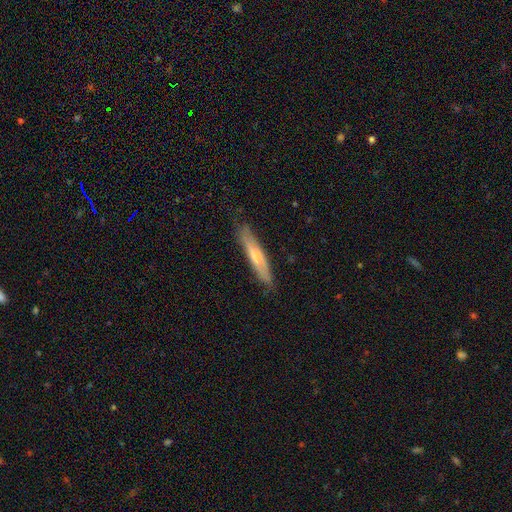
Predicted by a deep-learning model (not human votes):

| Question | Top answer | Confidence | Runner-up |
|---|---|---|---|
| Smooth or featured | smooth | 53% | featured or disk (42%) |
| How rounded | cigar-shaped | 88% | in between (11%) |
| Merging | none | 80% | minor disturbance (16%) |